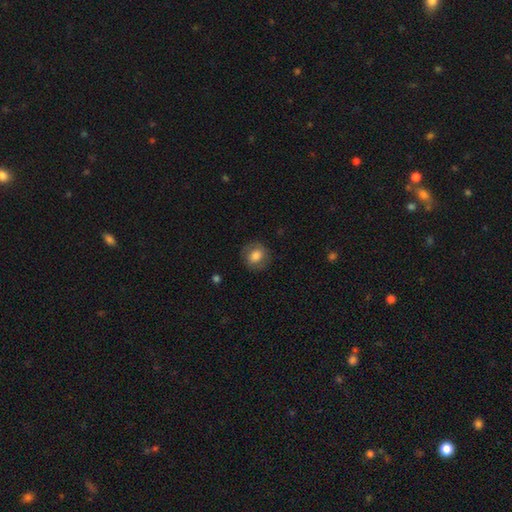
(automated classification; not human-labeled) smooth-or-featured: smooth: 77% | featured or disk: 15% | star or artifact: 8%
  how-rounded: round: 73% | in between: 26% | cigar-shaped: 1%
  merging: none: 82% | minor disturbance: 12% | major disturbance: 5% | merger: 1%